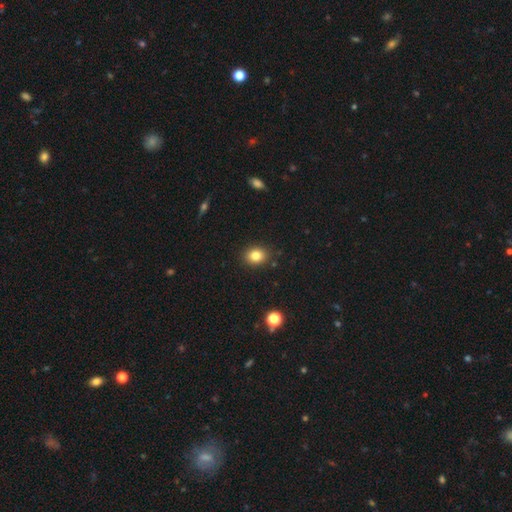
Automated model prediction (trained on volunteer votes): The model was most divided on "how rounded": round: 53%, in between: 46%, cigar-shaped: 1%. More confident: merging — none (88%); smooth or featured — smooth (82%).